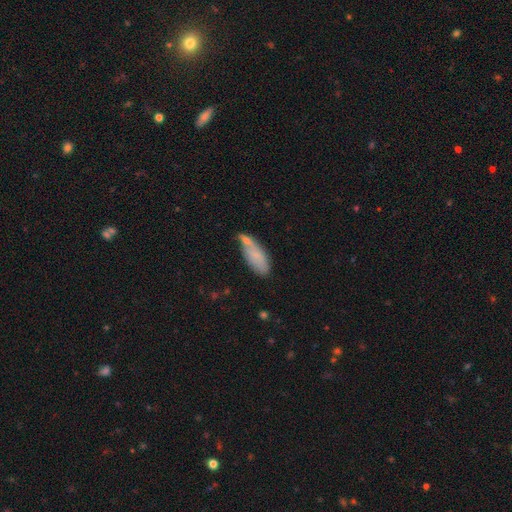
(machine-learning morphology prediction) This is likely a smooth galaxy (75%). How rounded: likely in between (73%). Merging: marginally none (41%).